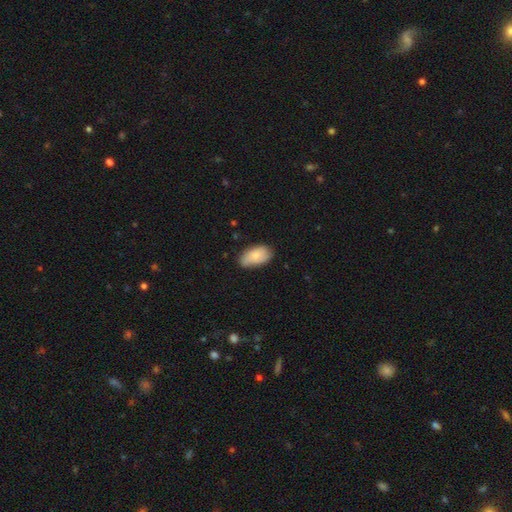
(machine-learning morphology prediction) Smooth or featured? Predicted: smooth (p=0.79). How rounded? Predicted: in between (p=0.94). Merging? Predicted: none (p=0.68).